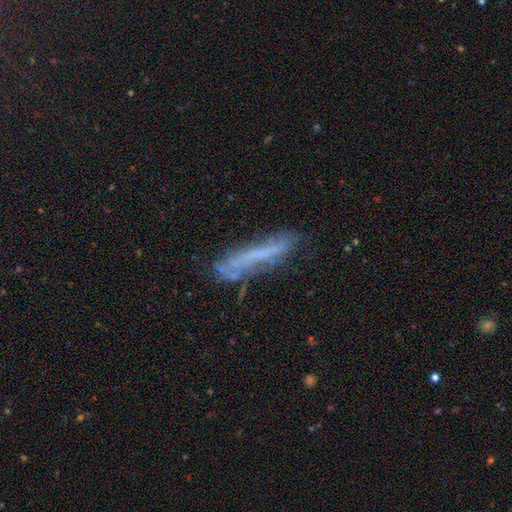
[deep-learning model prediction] This appears to be a featured or disk galaxy (48%). Merging: none (58%).